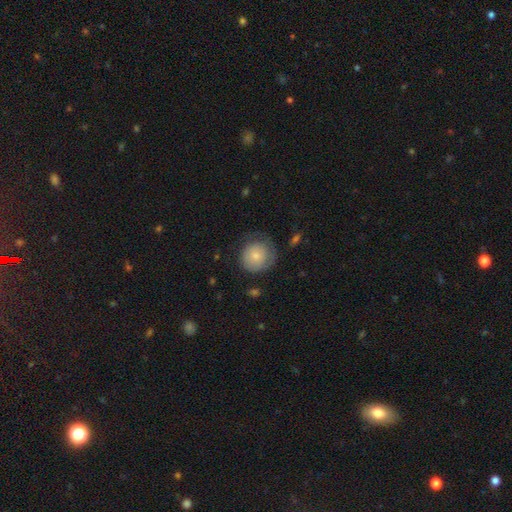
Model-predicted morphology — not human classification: type=smooth (72%); roundness=round (87%); merging=none (56%).